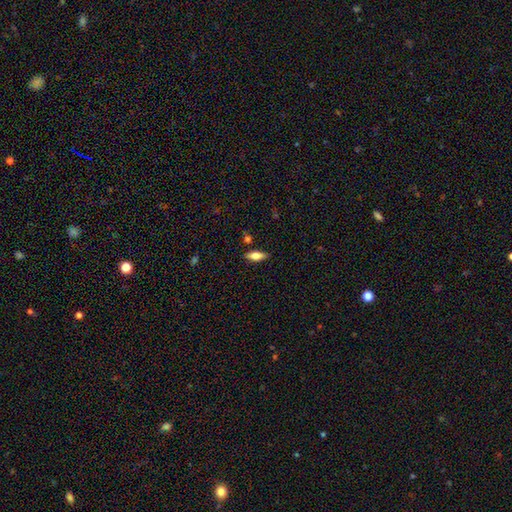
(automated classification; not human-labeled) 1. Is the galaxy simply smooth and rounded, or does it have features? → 62% smooth, 31% featured or disk, 7% star or artifact.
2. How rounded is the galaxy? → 65% in between, 32% cigar-shaped, 3% round.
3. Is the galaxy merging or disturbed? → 85% none, 10% minor disturbance, 3% merger, 2% major disturbance.